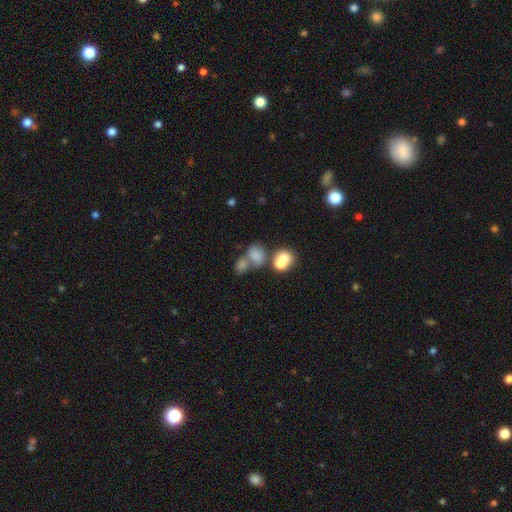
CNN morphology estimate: Overall: smooth (71%). How rounded: in between (58%; round 40%). Merging: merger (55%; none 28%).